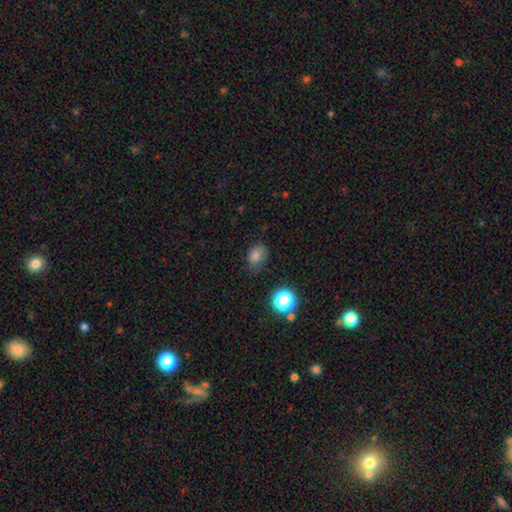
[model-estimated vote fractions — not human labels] Smooth or featured? Predicted: smooth (p=0.77). How rounded? Predicted: in between (p=0.64). Merging? Predicted: none (p=0.62).